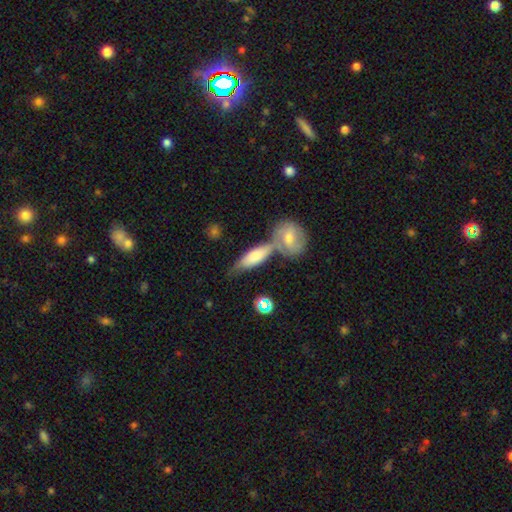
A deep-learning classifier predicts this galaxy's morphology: This is likely a smooth galaxy (66%). How rounded: possibly in between (58%). Merging: marginally merger (40%).